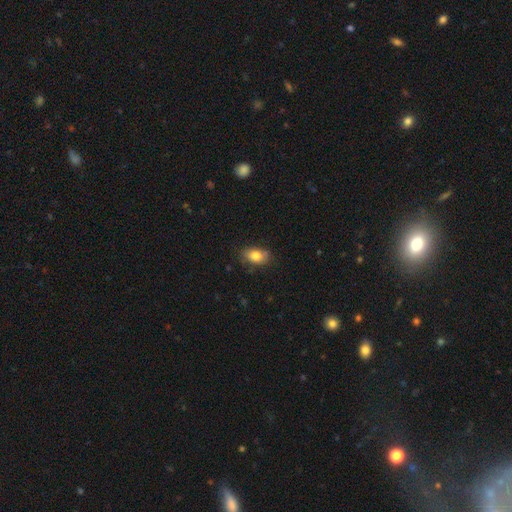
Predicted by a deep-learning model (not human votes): smooth 80%, featured or disk 12%, star or artifact 8%. Down the decision tree: how rounded — in between (85%); merging — none (78%).